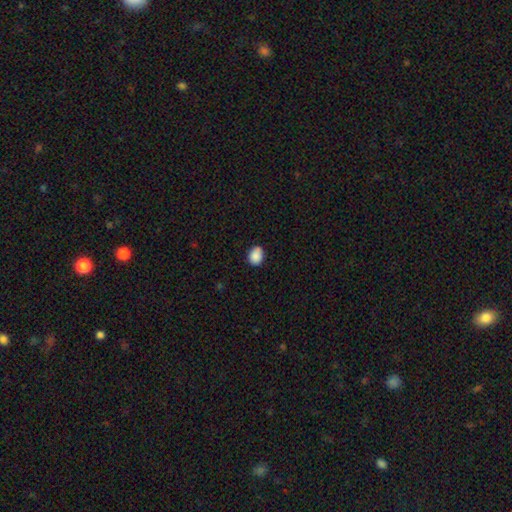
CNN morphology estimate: A smooth galaxy with no disk features (88%) that is round (50%).

Vote fractions:
- Smooth or featured? smooth: 88% / star or artifact: 8% / featured or disk: 4%
- How rounded? round: 50% / in between: 49% / cigar-shaped: 1%
- Merging? none: 81% / minor disturbance: 15% / major disturbance: 2% / merger: 1%